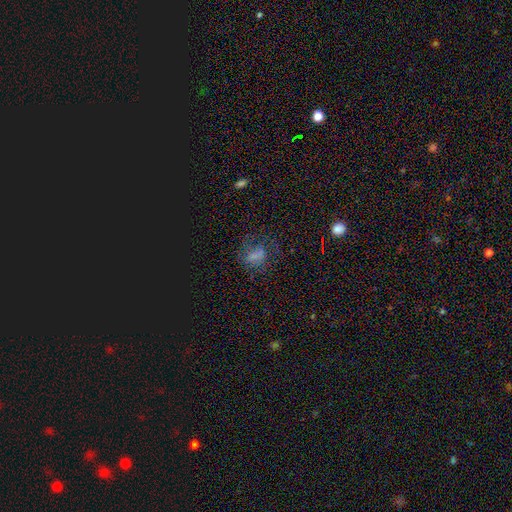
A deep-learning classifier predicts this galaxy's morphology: Smooth or featured?
  - smooth: 48% *
  - star or artifact: 26%
  - featured or disk: 25%
Merging?
  - none: 46% *
  - major disturbance: 30%
  - minor disturbance: 20%
  - merger: 3%